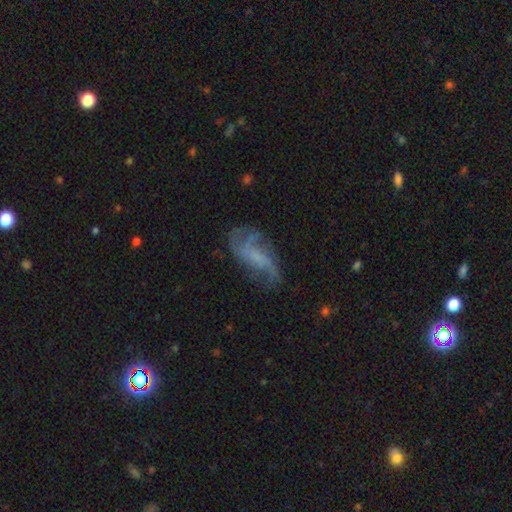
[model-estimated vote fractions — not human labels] A featured or disk galaxy (65%) with no bar (48%), spiral arms (81%) and no central bulge (57%). Merging: none (52%).